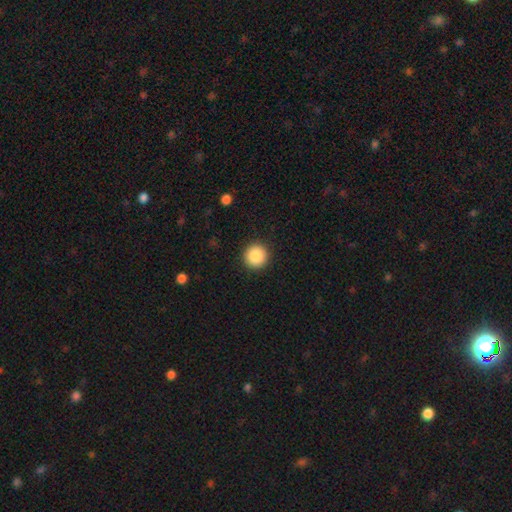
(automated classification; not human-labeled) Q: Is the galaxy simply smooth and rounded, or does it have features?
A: smooth — 88%.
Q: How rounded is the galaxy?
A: round — 96%.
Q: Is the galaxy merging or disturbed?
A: none — 92%.